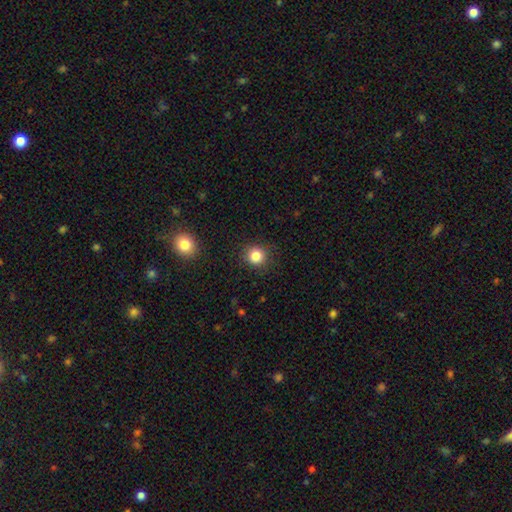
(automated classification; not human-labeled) Overall: smooth (84%). How rounded: round (91%). Merging: none (88%).